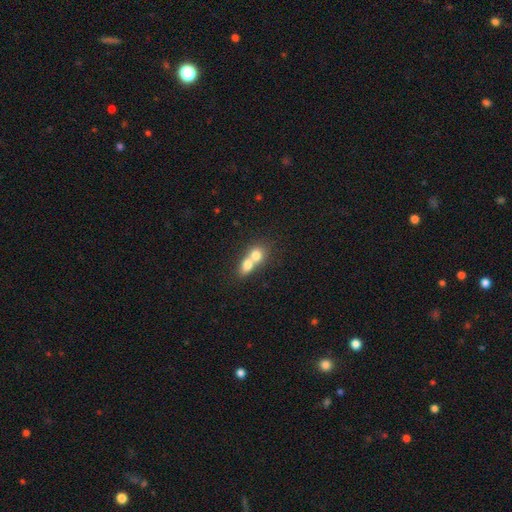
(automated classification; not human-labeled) smooth 71%, featured or disk 20%, star or artifact 9%. Down the decision tree: how rounded — round (54%); merging — merger (75%).